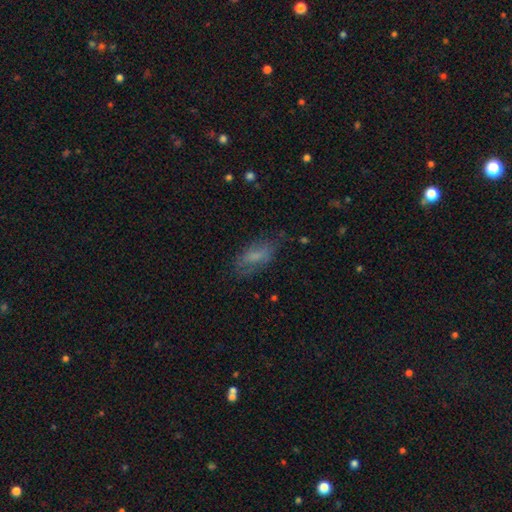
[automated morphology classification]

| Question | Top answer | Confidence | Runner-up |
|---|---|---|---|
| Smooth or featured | smooth | 63% | featured or disk (27%) |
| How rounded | in between | 81% | cigar-shaped (15%) |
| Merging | none | 65% | minor disturbance (22%) |